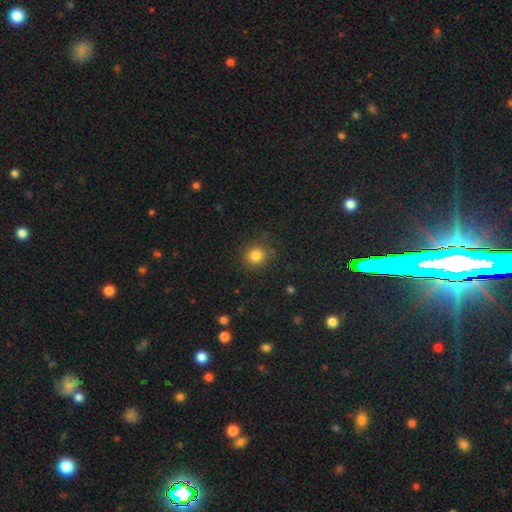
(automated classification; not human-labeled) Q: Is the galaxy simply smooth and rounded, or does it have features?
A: smooth — 82%.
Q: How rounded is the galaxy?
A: round — 88%.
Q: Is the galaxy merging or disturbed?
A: none — 84%.